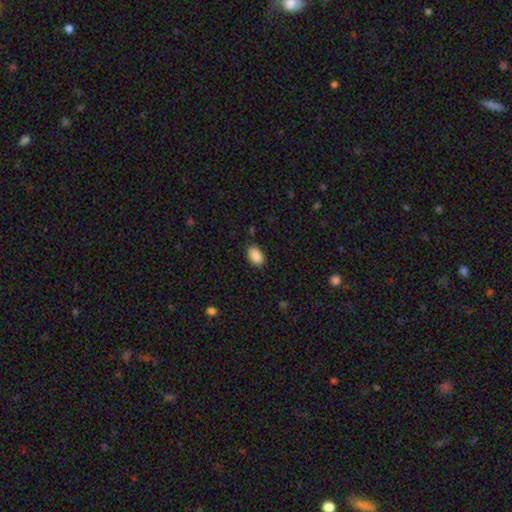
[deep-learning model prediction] Morphology: type=smooth (90%); roundness=in between (92%); merging=none (84%).